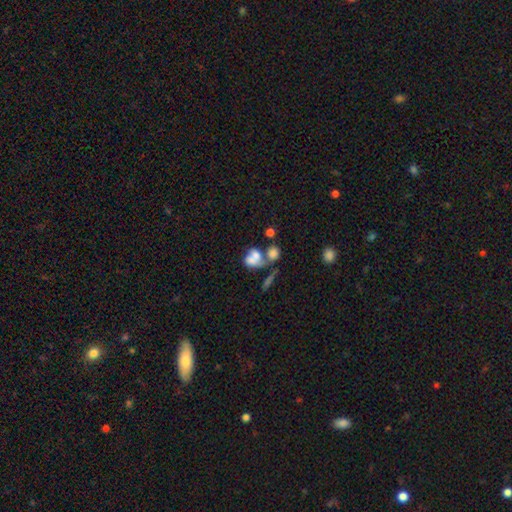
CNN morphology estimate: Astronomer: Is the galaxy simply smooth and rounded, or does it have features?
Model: smooth — 61%.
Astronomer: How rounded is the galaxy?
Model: in between — 56% (runner-up: round, 42%).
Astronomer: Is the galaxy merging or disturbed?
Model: merger — 59%.